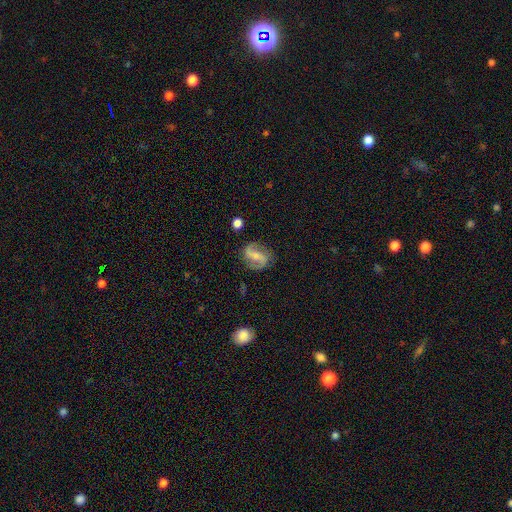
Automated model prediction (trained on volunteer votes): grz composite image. It shows a featured or disk galaxy (75%) with a strong bar (41%), 2 (90%) loose (50%) spiral arms (92%) and a small central bulge (52%). Merging: none (78%).